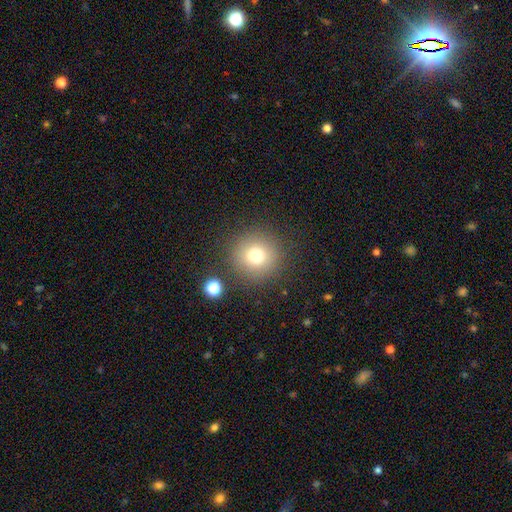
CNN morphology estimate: Smooth or featured?
  - smooth: 74% *
  - star or artifact: 15%
  - featured or disk: 10%
How rounded?
  - round: 94% *
  - in between: 5%
  - cigar-shaped: 1%
Merging?
  - none: 85% *
  - minor disturbance: 7%
  - merger: 4%
  - major disturbance: 4%